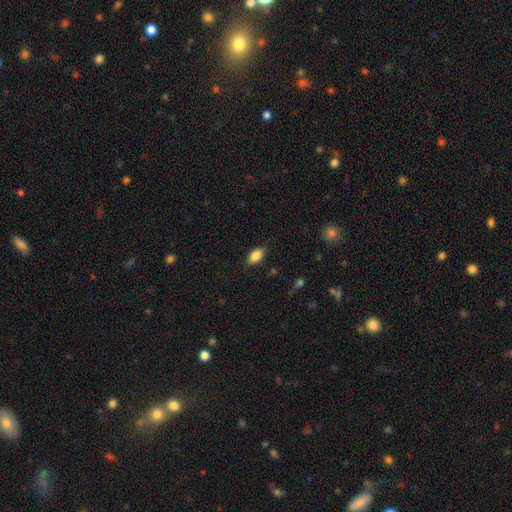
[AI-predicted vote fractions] Smooth or featured? Predicted: smooth (p=0.81). How rounded? Predicted: in between (p=0.88). Merging? Predicted: none (p=0.84).